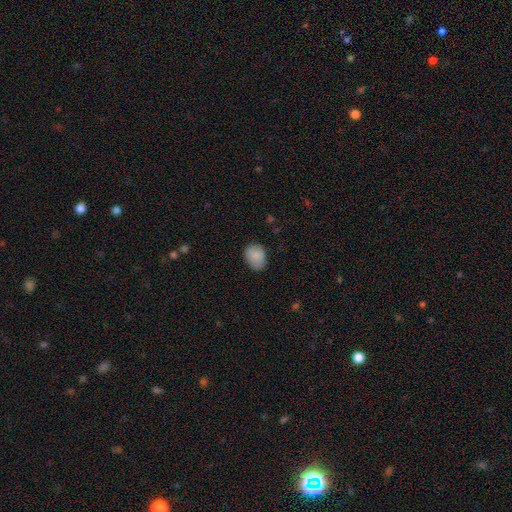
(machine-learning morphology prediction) Overall: smooth (87%). How rounded: in between (60%; round 39%). Merging: none (78%).